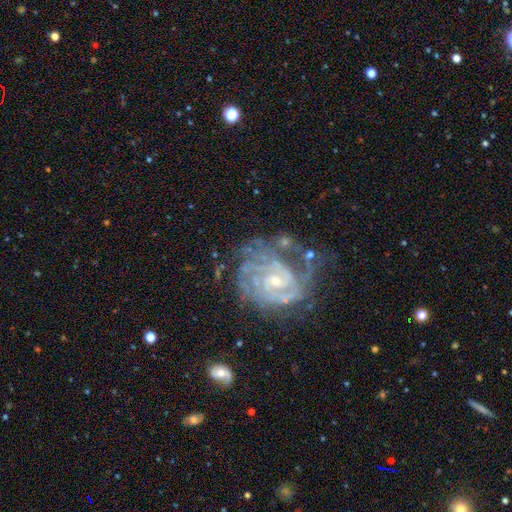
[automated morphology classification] smooth_or_featured: featured or disk (p=0.87) [alt: star or artifact p=0.07]
disk_edge_on: no (p=0.98) [alt: yes p=0.02]
bar: no (p=0.54) [alt: weak p=0.36]
has_spiral_arms: yes (p=0.95) [alt: no p=0.05]
spiral_winding: tight (p=0.71) [alt: medium p=0.23]
spiral_arm_count: can't tell (p=0.33) [alt: 2 p=0.20]
bulge_size: small (p=0.68) [alt: moderate p=0.27]
merging: none (p=0.49) [alt: minor disturbance p=0.24]